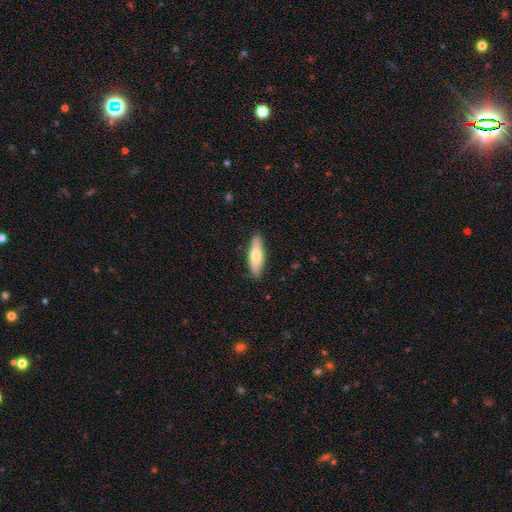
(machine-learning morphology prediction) Smooth or featured? Predicted: smooth (p=0.65). How rounded? Predicted: cigar-shaped (p=0.57). Merging? Predicted: none (p=0.88).